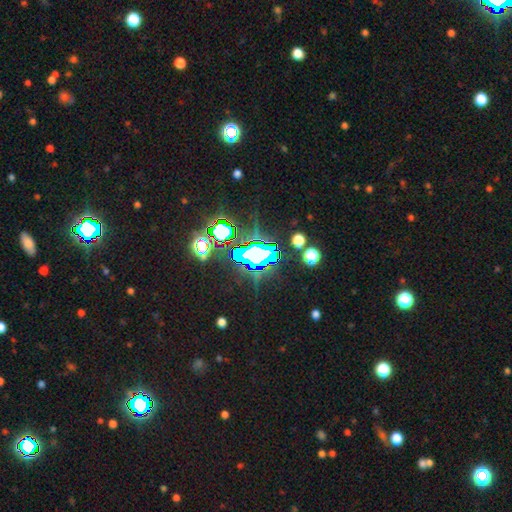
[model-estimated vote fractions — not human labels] A star or artifact, not a galaxy (68%).